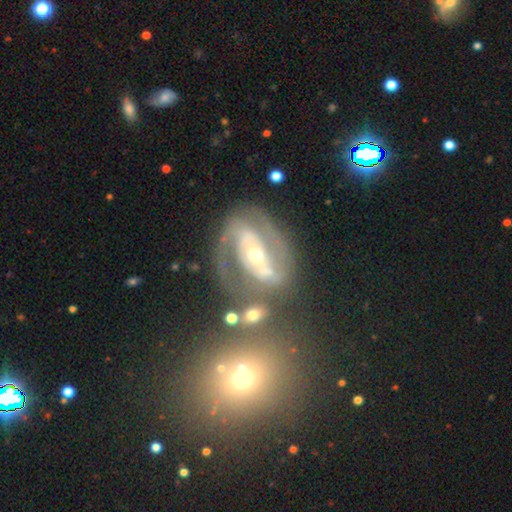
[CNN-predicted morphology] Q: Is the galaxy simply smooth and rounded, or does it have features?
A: featured or disk — 83%.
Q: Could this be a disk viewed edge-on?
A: no — 95%.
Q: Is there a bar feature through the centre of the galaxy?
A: strong — 41%.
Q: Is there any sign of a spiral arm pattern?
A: yes — 85%.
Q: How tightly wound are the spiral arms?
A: medium — 45%.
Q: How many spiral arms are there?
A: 2 — 78%.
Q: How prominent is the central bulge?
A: moderate — 56%.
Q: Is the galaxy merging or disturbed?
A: none — 54%.